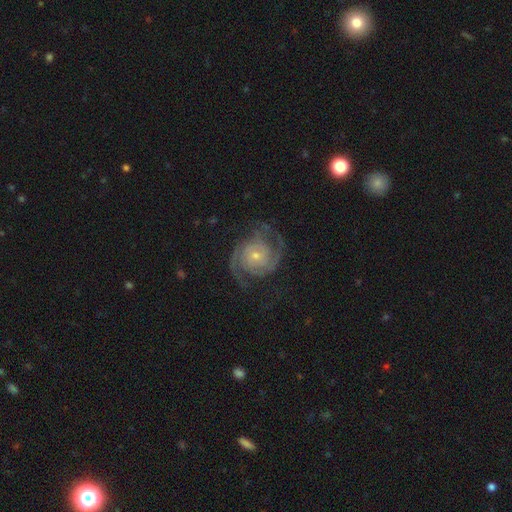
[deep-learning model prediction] featured or disk 89%, smooth 6%, star or artifact 5%. Down the decision tree: edge-on disk — no (98%); bar — no (71%); spiral arms — yes (97%); spiral arm count — 2 (76%); spiral winding — tight (48%); bulge size — small (70%); merging — none (73%).